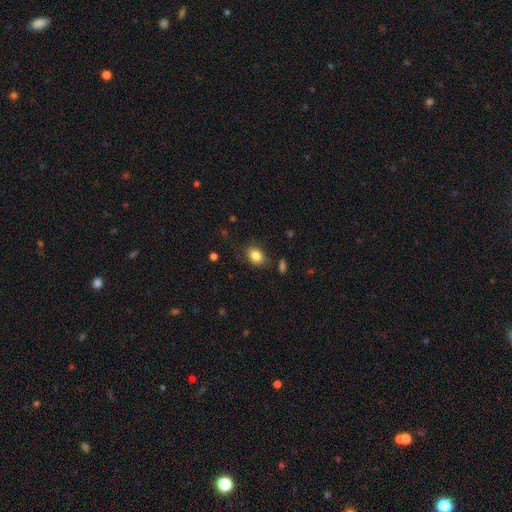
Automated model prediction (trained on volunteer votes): A smooth galaxy with no disk features (84%) that is in between round and cigar-shaped (63%).

Vote fractions:
- Smooth or featured? smooth: 84% / star or artifact: 9% / featured or disk: 6%
- How rounded? in between: 63% / round: 36% / cigar-shaped: 1%
- Merging? none: 81% / minor disturbance: 13% / major disturbance: 3% / merger: 3%